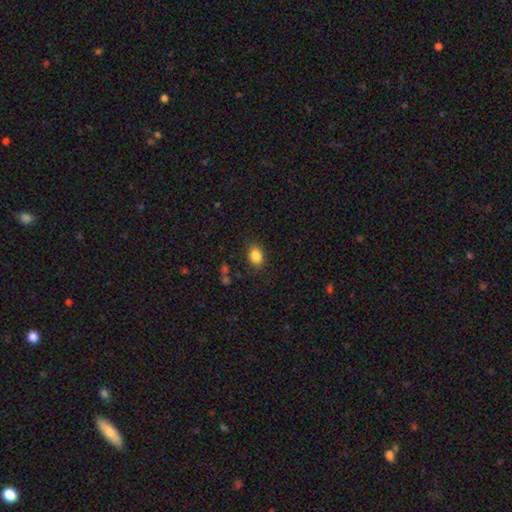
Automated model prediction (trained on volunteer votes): Q: Smooth or featured?
A: smooth (85%); runner-up: star or artifact (9%)
Q: How rounded?
A: in between (75%); runner-up: round (24%)
Q: Merging?
A: none (83%); runner-up: minor disturbance (12%)